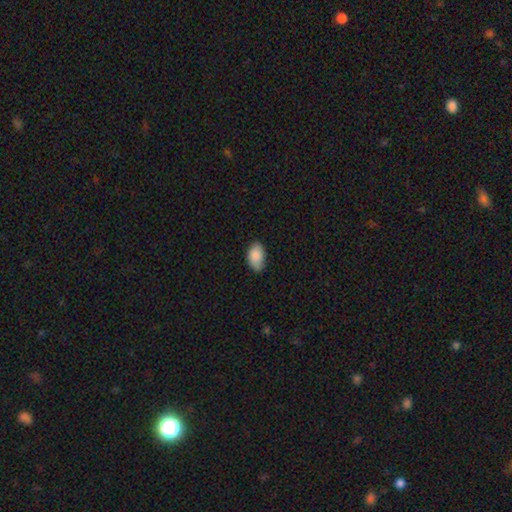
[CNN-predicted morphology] Q: Smooth or featured?
A: smooth (87%); runner-up: star or artifact (7%)
Q: How rounded?
A: in between (92%); runner-up: round (6%)
Q: Merging?
A: none (70%); runner-up: minor disturbance (25%)